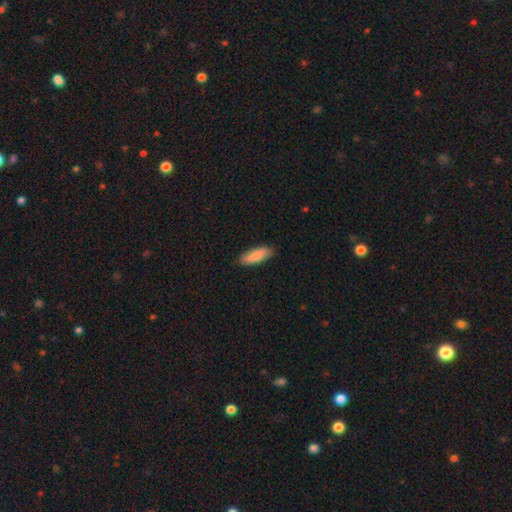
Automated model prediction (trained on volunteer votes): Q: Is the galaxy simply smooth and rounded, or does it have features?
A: smooth — 86%.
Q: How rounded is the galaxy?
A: in between — 60%.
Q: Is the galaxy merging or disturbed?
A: none — 85%.